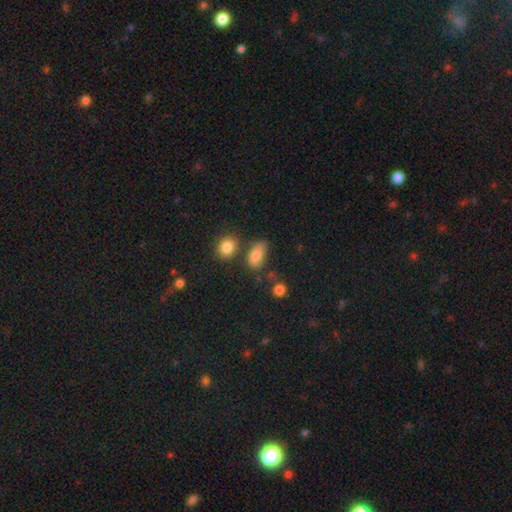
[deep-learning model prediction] smooth_or_featured: smooth (p=0.82) [alt: star or artifact p=0.09]
how_rounded: in between (p=0.88) [alt: round p=0.08]
merging: none (p=0.55) [alt: minor disturbance p=0.23]